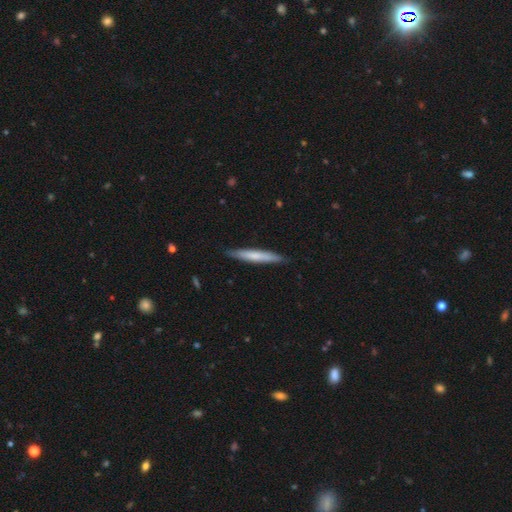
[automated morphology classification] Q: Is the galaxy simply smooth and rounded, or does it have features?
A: smooth — 64%.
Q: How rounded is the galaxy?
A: cigar-shaped — 95%.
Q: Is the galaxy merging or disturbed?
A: none — 87%.